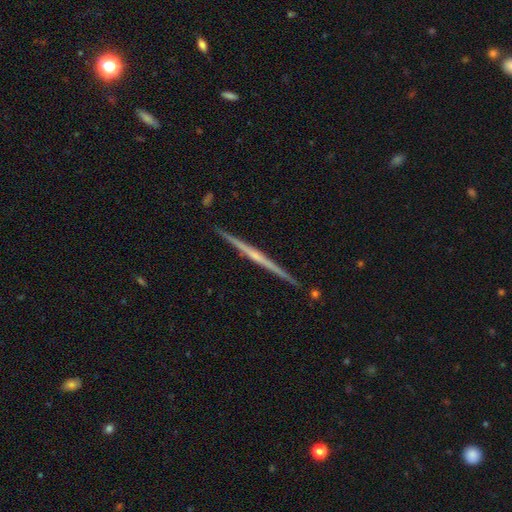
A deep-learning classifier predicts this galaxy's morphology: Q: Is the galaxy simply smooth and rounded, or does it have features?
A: featured or disk — 81%.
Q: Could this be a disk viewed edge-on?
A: yes — 99%.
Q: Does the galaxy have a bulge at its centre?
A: rounded — 50%.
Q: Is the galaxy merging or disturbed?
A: none — 92%.